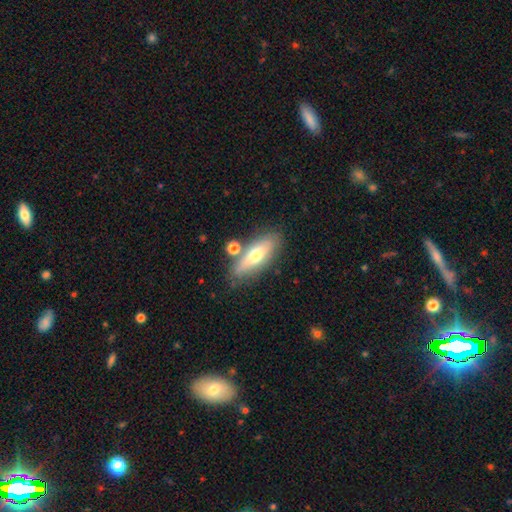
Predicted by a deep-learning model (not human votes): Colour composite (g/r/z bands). It shows a smooth galaxy with no disk features (57%) that is in between round and cigar-shaped (60%). Merging: none (71%).